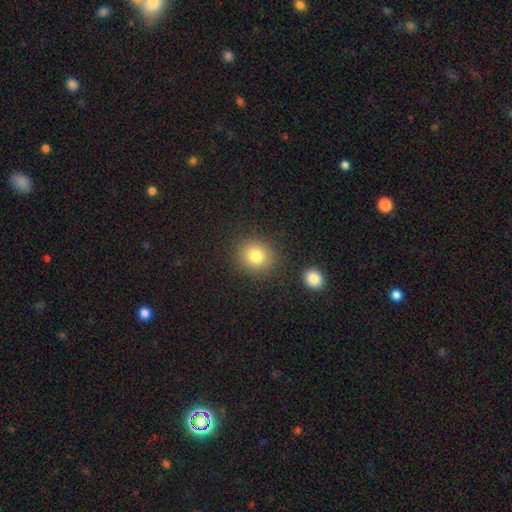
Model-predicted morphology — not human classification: type=smooth (81%); roundness=round (82%); merging=none (86%).